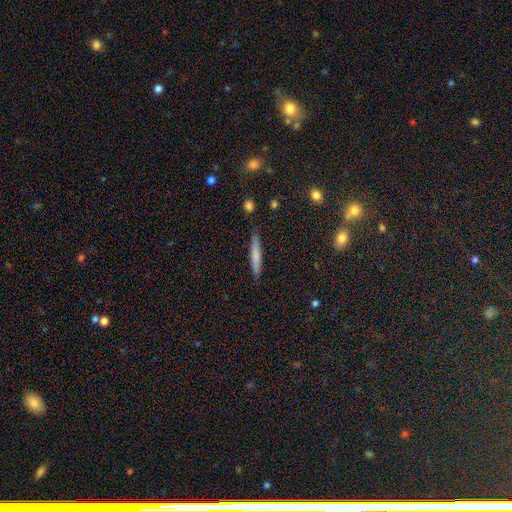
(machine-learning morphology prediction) smooth 71%, featured or disk 22%, star or artifact 7%. Down the decision tree: how rounded — cigar-shaped (93%); merging — none (86%).